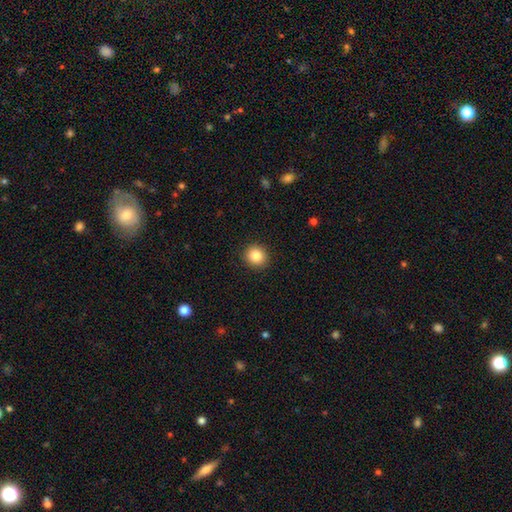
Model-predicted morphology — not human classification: The model was most divided on "how rounded": round: 85%, in between: 14%, cigar-shaped: 1%. More confident: merging — none (91%); smooth or featured — smooth (85%).